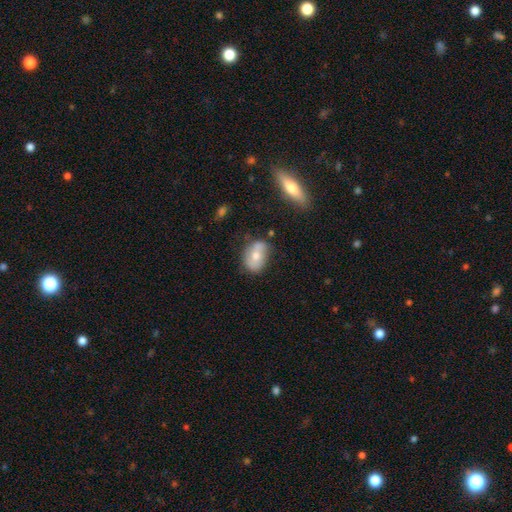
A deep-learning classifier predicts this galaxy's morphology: This appears to be a smooth galaxy with no disk features (57%) that is in between round and cigar-shaped (77%). Merging: none (58%).